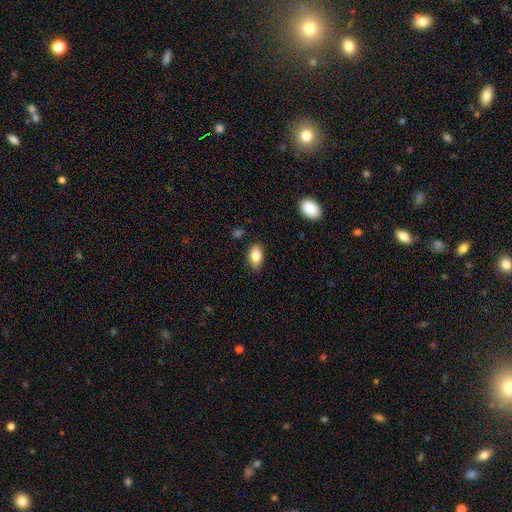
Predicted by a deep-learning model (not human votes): A smooth galaxy with no disk features (81%) that is in between round and cigar-shaped (89%).

Vote fractions:
- Smooth or featured? smooth: 81% / featured or disk: 11% / star or artifact: 8%
- How rounded? in between: 89% / round: 7% / cigar-shaped: 4%
- Merging? none: 82% / minor disturbance: 14% / major disturbance: 3% / merger: 2%